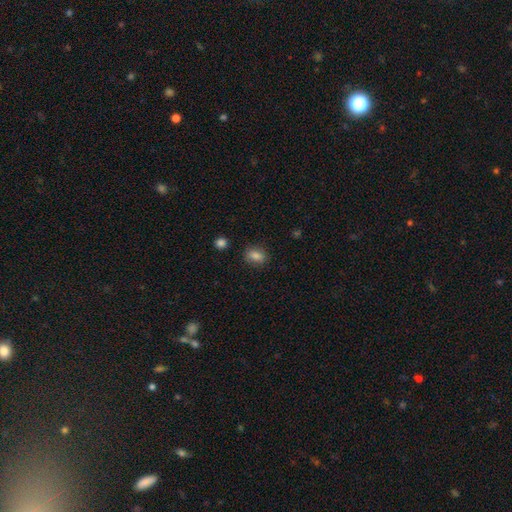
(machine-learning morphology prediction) Smooth or featured: smooth — 84% (star or artifact — 9%)
How rounded: in between — 75% (round — 22%)
Merging: none — 84% (minor disturbance — 12%)